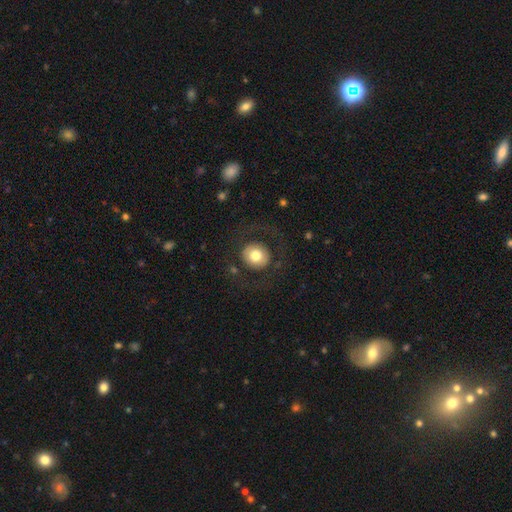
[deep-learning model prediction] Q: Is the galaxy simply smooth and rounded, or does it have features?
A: smooth — 68%.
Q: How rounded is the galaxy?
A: round — 90%.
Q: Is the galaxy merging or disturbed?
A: none — 79%.